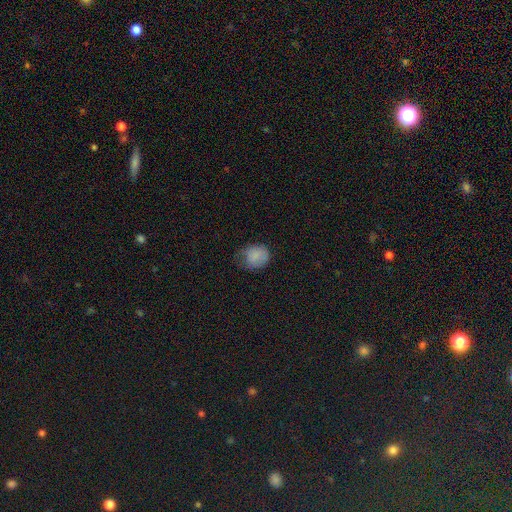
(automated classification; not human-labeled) smooth_or_featured: smooth (p=0.81) [alt: featured or disk p=0.10]
how_rounded: round (p=0.62) [alt: in between p=0.38]
merging: none (p=0.43) [alt: minor disturbance p=0.38]